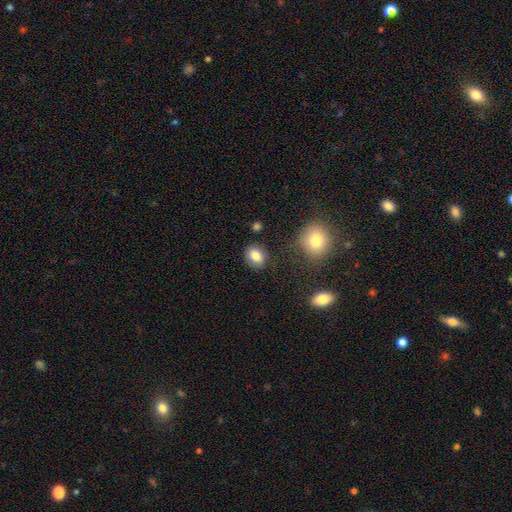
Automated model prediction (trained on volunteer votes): Smooth or featured? smooth (84%)
How rounded? round (54%)
Merging? none (84%)